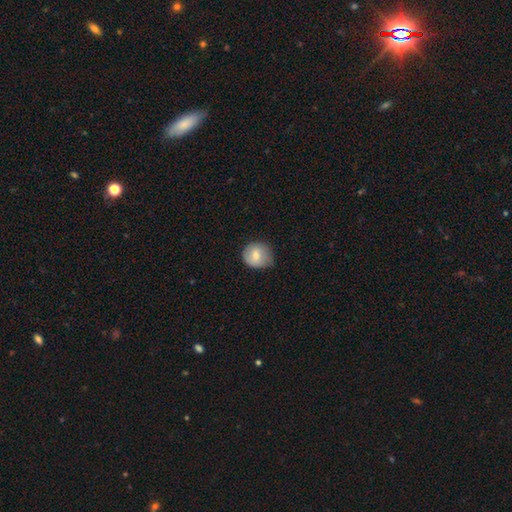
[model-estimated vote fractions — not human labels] Smooth or featured? smooth (74%)
How rounded? round (79%)
Merging? none (63%)